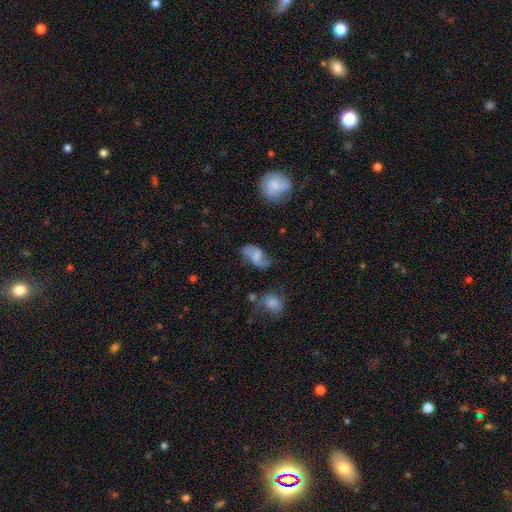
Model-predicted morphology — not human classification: smooth-or-featured: featured or disk: 46% | smooth: 44% | star or artifact: 10%
  merging: none: 55% | minor disturbance: 26% | major disturbance: 13% | merger: 6%